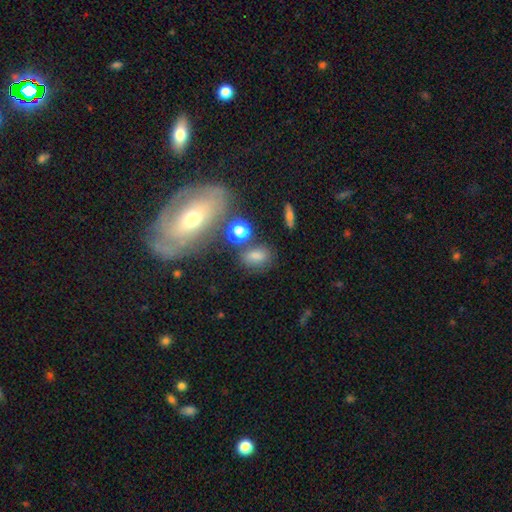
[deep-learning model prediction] Smooth or featured?
  - smooth: 75% *
  - star or artifact: 16%
  - featured or disk: 9%
How rounded?
  - in between: 73% *
  - round: 22%
  - cigar-shaped: 5%
Merging?
  - none: 69% *
  - minor disturbance: 15%
  - merger: 9%
  - major disturbance: 6%